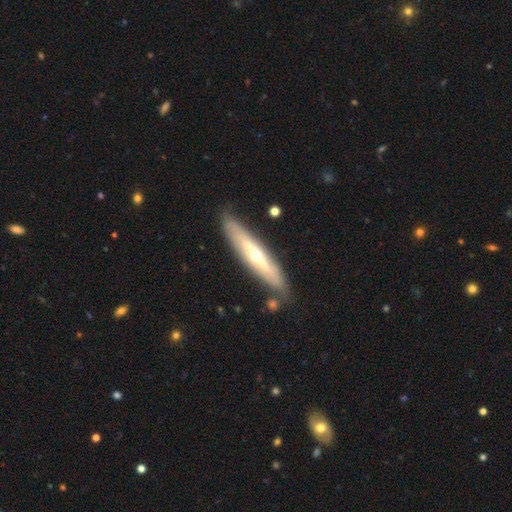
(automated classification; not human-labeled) Smooth or featured: featured or disk — 65% (smooth — 30%)
Edge-on disk: yes — 66% (no — 34%)
Merging: none — 80% (minor disturbance — 13%)